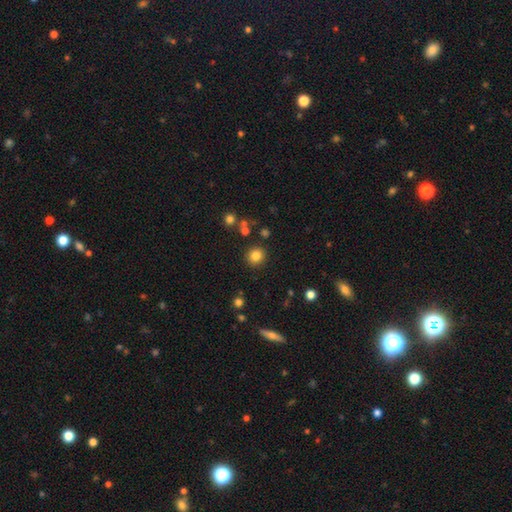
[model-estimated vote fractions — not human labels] Smooth or featured? smooth (82%)
How rounded? round (90%)
Merging? none (88%)